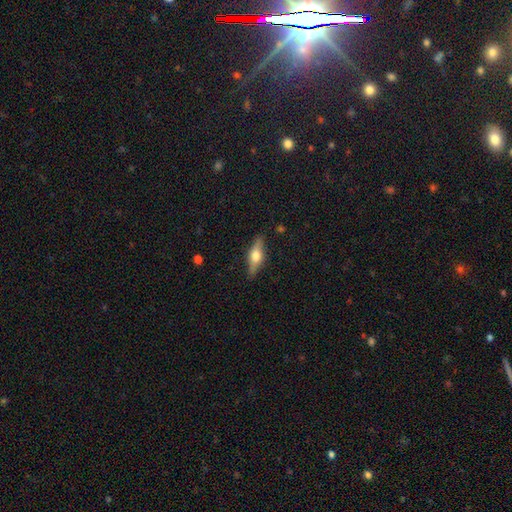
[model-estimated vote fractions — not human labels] The model was most divided on "smooth or featured": featured or disk: 52%, smooth: 41%, star or artifact: 7%. More confident: edge-on disk — yes (92%); merging — none (85%).